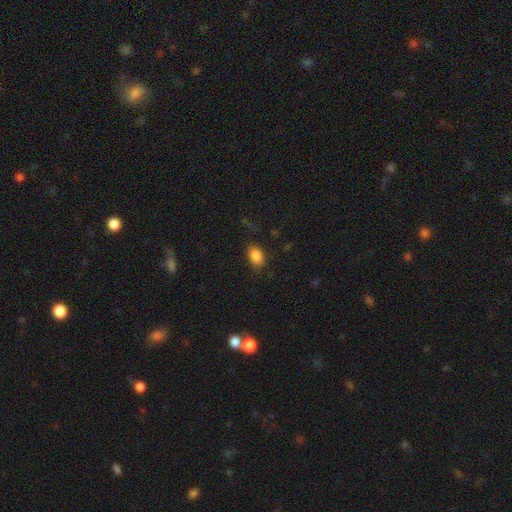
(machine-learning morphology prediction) A smooth galaxy with no disk features (86%) that is in between round and cigar-shaped (86%). Merging: none (79%).